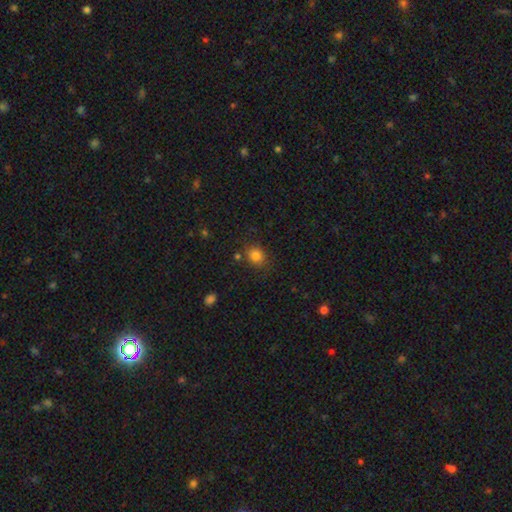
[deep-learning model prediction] smooth-or-featured: smooth: 82% | star or artifact: 12% | featured or disk: 6%
  how-rounded: round: 68% | in between: 31% | cigar-shaped: 1%
  merging: none: 79% | minor disturbance: 13% | merger: 4% | major disturbance: 4%